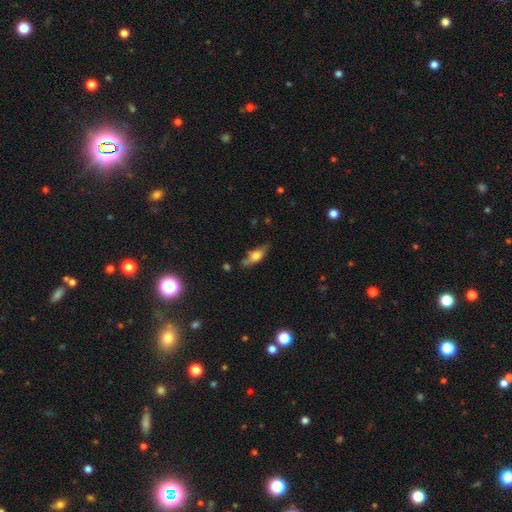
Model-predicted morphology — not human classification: This is possibly a smooth galaxy (56%). How rounded: likely in between (65%). Merging: possibly none (59%).